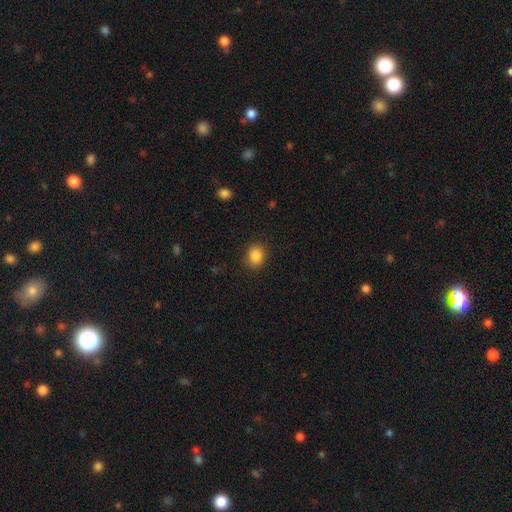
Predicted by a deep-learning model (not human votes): This appears to be a smooth galaxy with no disk features (86%) that is round (67%). Merging: none (86%).